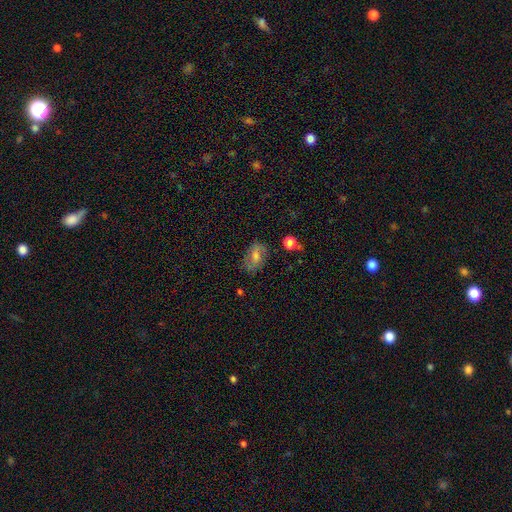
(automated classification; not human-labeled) Overall: featured or disk (45%; smooth 41%). Merging: none (74%).